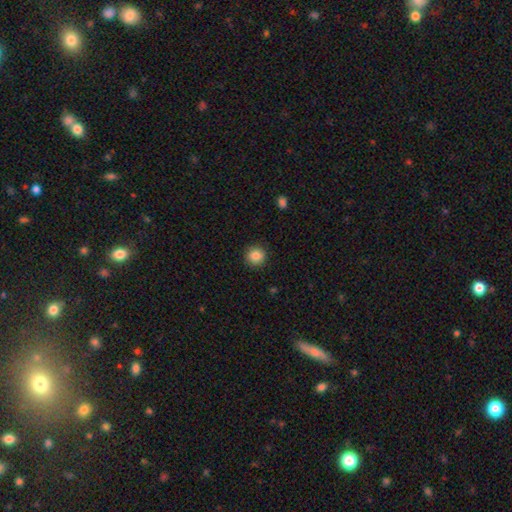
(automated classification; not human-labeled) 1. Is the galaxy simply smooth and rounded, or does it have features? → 85% smooth, 10% star or artifact, 5% featured or disk.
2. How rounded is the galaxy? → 93% round, 6% in between, 1% cigar-shaped.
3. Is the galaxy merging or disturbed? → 91% none, 6% minor disturbance, 2% major disturbance, 1% merger.